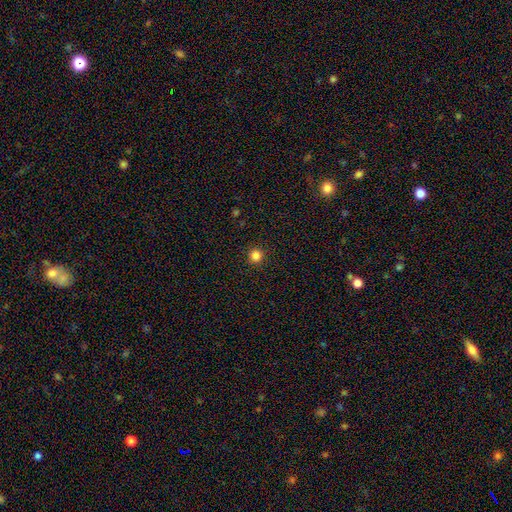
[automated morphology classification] Smooth or featured? smooth (84%)
How rounded? round (95%)
Merging? none (93%)